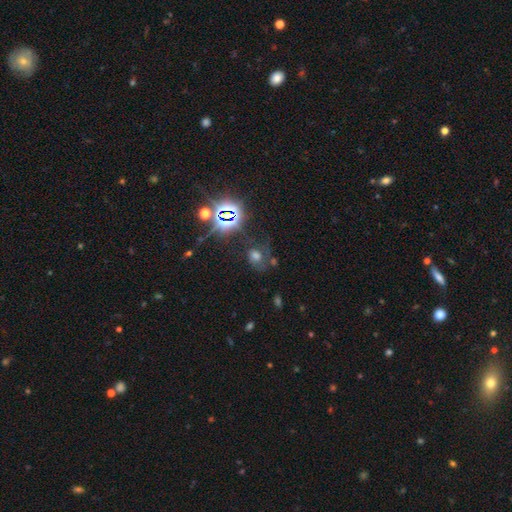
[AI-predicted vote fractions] Morphology: type=star or artifact (41%).